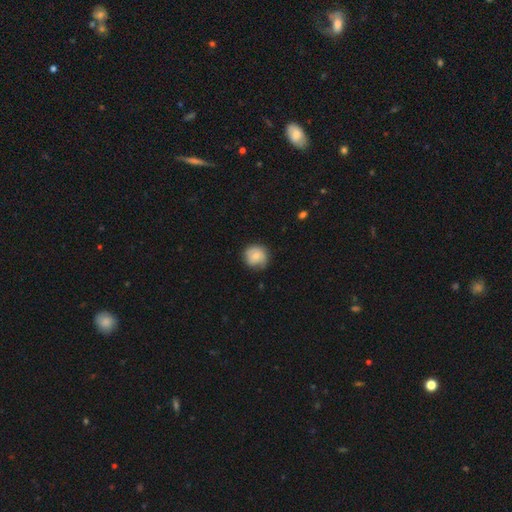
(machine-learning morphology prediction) Smooth or featured? Predicted: smooth (p=0.67). How rounded? Predicted: round (p=0.89). Merging? Predicted: none (p=0.72).